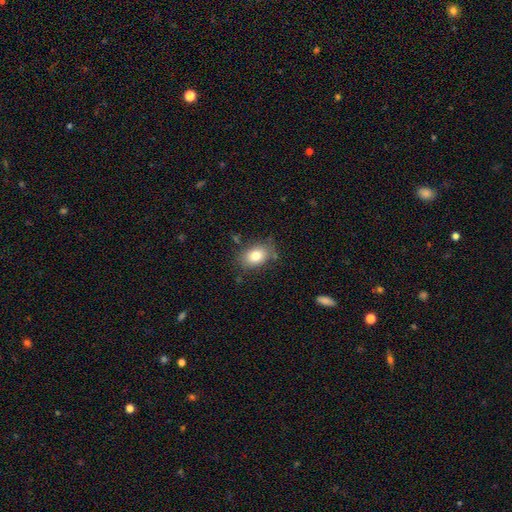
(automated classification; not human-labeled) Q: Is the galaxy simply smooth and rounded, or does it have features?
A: smooth — 79%.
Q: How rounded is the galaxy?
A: in between — 77%.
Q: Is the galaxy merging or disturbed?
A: none — 76%.